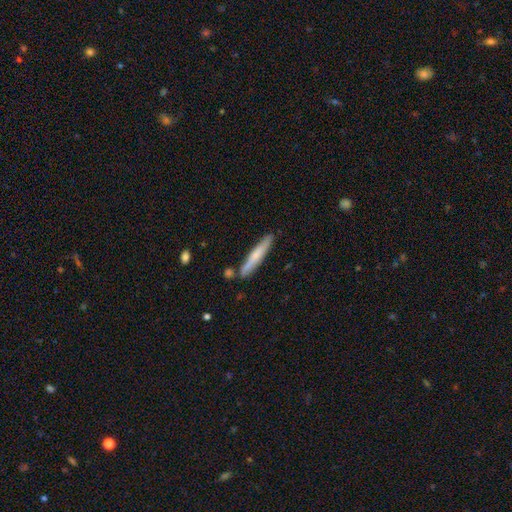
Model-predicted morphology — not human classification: smooth_or_featured: smooth (p=0.59) [alt: featured or disk p=0.35]
how_rounded: cigar-shaped (p=0.93) [alt: in between p=0.05]
merging: none (p=0.80) [alt: minor disturbance p=0.12]